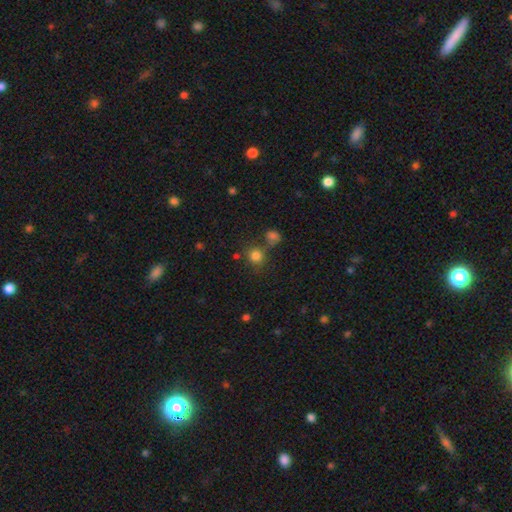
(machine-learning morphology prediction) type=smooth (80%); roundness=round (86%); merging=none (66%).